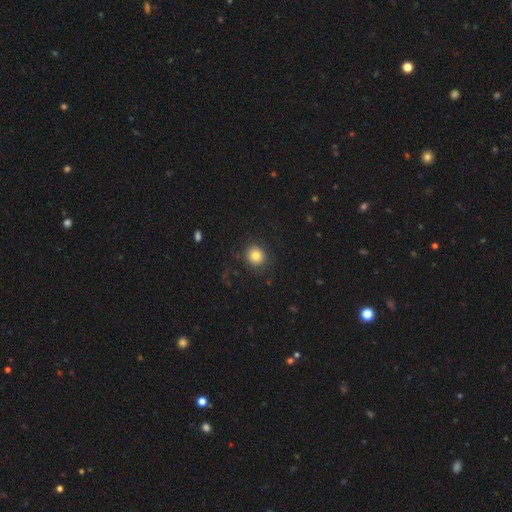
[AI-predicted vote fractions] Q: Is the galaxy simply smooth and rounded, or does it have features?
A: smooth — 81%.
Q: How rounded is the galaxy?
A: round — 87%.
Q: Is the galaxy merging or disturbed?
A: none — 87%.